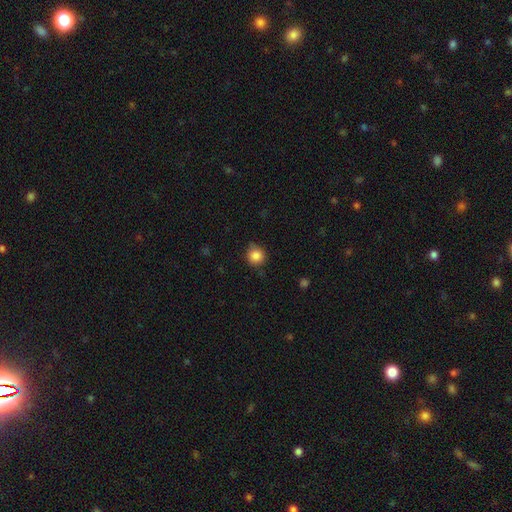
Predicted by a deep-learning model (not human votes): Smooth or featured: smooth — 86% (star or artifact — 10%)
How rounded: round — 91% (in between — 8%)
Merging: none — 80% (minor disturbance — 16%)